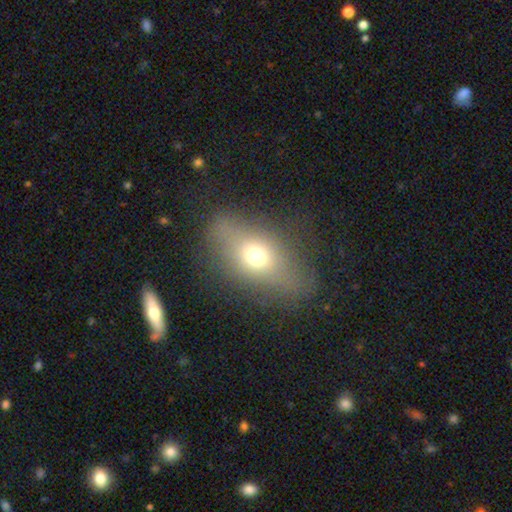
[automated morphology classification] Overall: smooth (62%; featured or disk 23%). How rounded: in between (70%). Merging: none (64%).